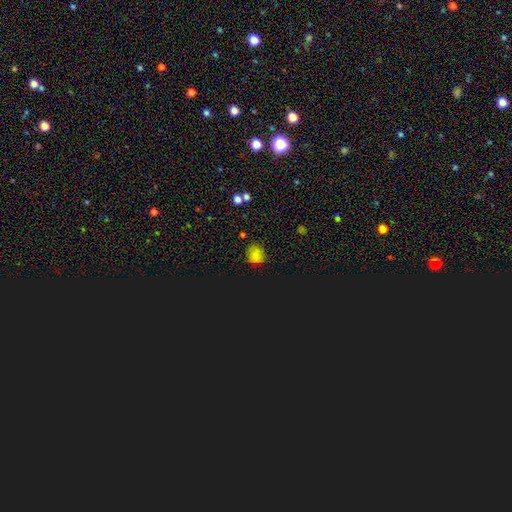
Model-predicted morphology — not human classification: Q: Smooth or featured?
A: smooth (65%); runner-up: star or artifact (28%)
Q: How rounded?
A: round (80%); runner-up: in between (19%)
Q: Merging?
A: none (76%); runner-up: minor disturbance (17%)